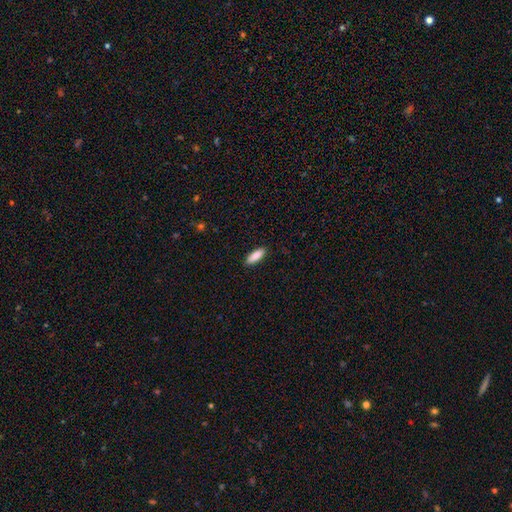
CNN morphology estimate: smooth 86%, featured or disk 8%, star or artifact 6%. Down the decision tree: how rounded — in between (59%); merging — none (88%).